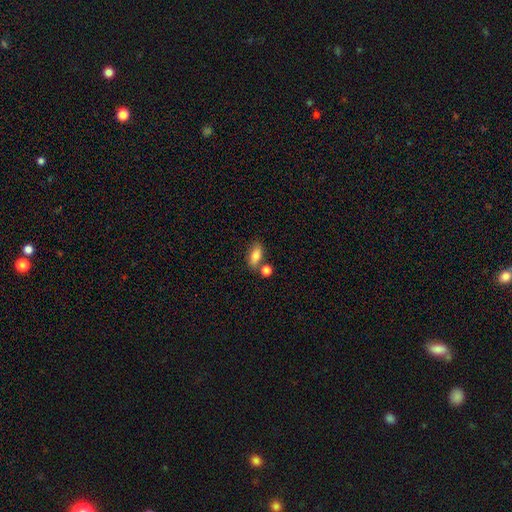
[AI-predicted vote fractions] Overall: smooth (80%). How rounded: in between (84%). Merging: none (65%).